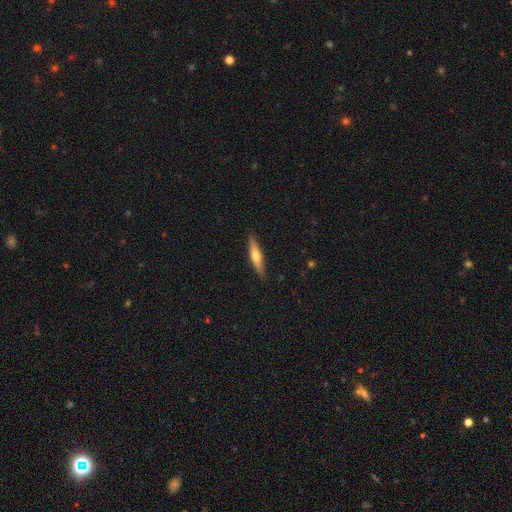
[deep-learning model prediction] smooth 56%, featured or disk 38%, star or artifact 6%. Down the decision tree: how rounded — cigar-shaped (84%); merging — none (88%).